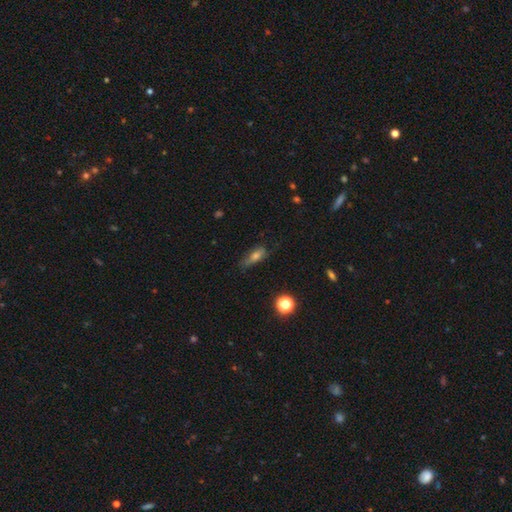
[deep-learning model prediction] Morphology: type=smooth (58%); roundness=in between (56%); merging=none (60%).